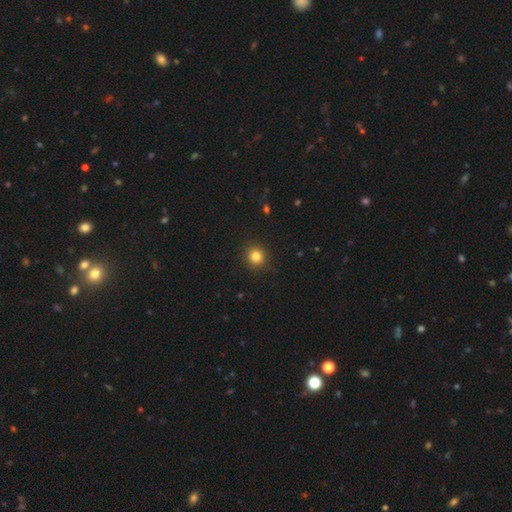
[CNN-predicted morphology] Smooth or featured? Predicted: smooth (p=0.83). How rounded? Predicted: round (p=0.91). Merging? Predicted: none (p=0.90).